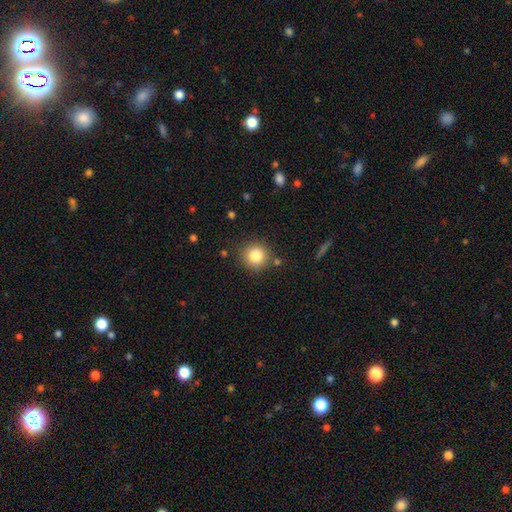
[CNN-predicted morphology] This appears to be a smooth galaxy with no disk features (83%) that is round (93%). Merging: none (84%).